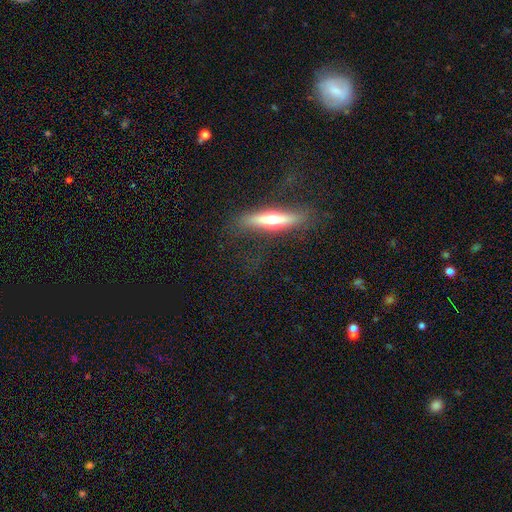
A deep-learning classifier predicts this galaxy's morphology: The model was most divided on "smooth or featured": featured or disk: 59%, smooth: 30%, star or artifact: 11%. More confident: edge-on disk — yes (89%); edge-on bulge — rounded (85%); merging — none (75%).